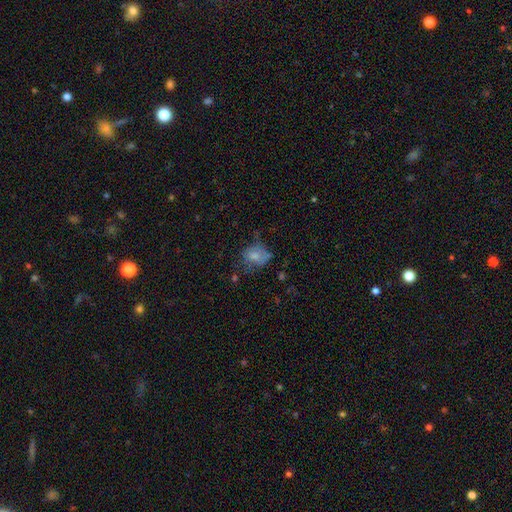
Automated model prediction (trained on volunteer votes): Smooth or featured: smooth — 70% (featured or disk — 19%)
How rounded: round — 50% (in between — 49%)
Merging: none — 44% (minor disturbance — 31%)